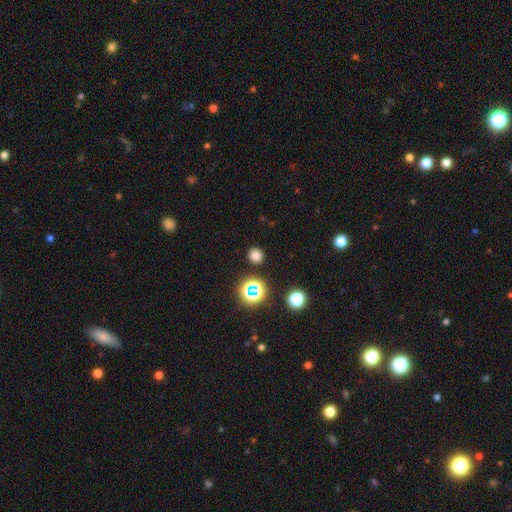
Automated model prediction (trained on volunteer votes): Overall: smooth (74%). How rounded: round (89%). Merging: none (89%).